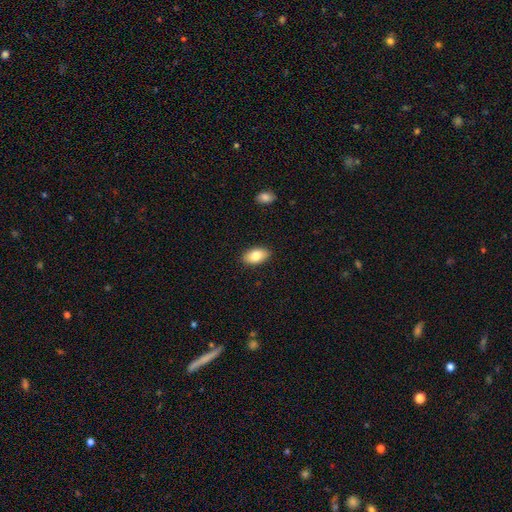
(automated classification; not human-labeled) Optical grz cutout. It shows a smooth galaxy with no disk features (83%) that is in between round and cigar-shaped (93%). Merging: none (89%).